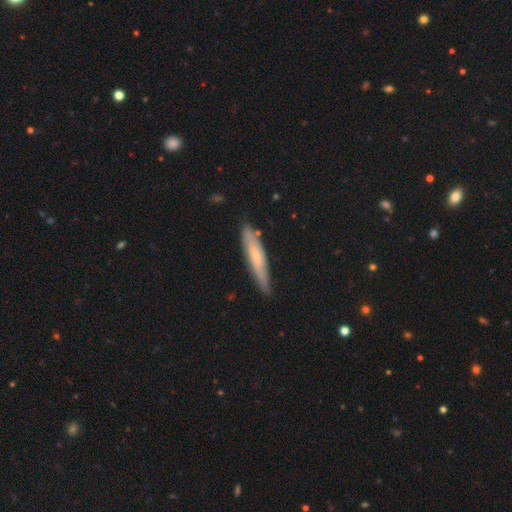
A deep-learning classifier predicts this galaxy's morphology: A smooth galaxy with no disk features (54%) that is cigar-shaped (91%).

Vote fractions:
- Smooth or featured? smooth: 54% / featured or disk: 40% / star or artifact: 6%
- How rounded? cigar-shaped: 91% / in between: 8% / round: 1%
- Merging? none: 83% / minor disturbance: 13% / major disturbance: 2% / merger: 2%